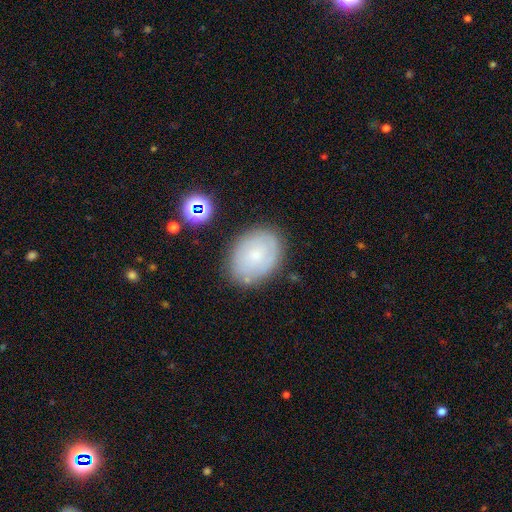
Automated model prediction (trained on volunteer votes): Smooth or featured? Predicted: smooth (p=0.57). How rounded? Predicted: in between (p=0.70). Merging? Predicted: none (p=0.78).